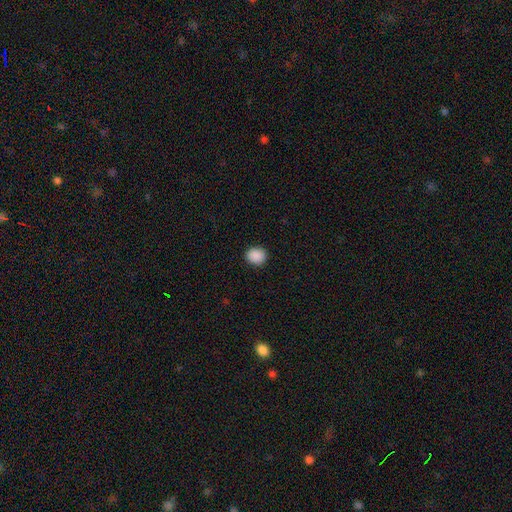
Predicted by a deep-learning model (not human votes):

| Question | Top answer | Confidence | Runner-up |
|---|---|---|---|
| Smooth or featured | smooth | 89% | star or artifact (8%) |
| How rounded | round | 76% | in between (23%) |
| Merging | none | 90% | minor disturbance (7%) |